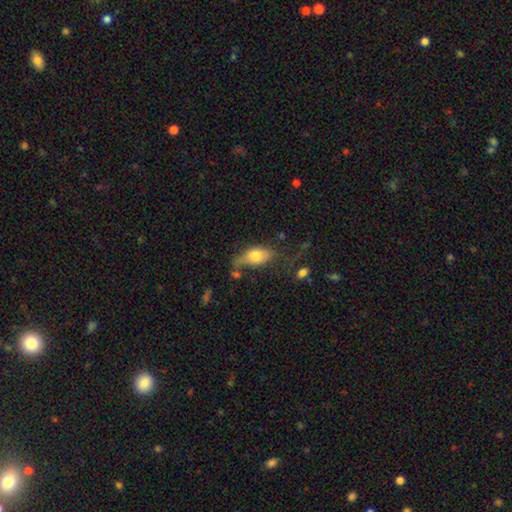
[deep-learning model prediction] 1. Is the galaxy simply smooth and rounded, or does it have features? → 70% smooth, 23% featured or disk, 8% star or artifact.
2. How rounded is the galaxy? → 84% in between, 8% cigar-shaped, 7% round.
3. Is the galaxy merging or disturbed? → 40% none, 29% minor disturbance, 21% major disturbance, 11% merger.